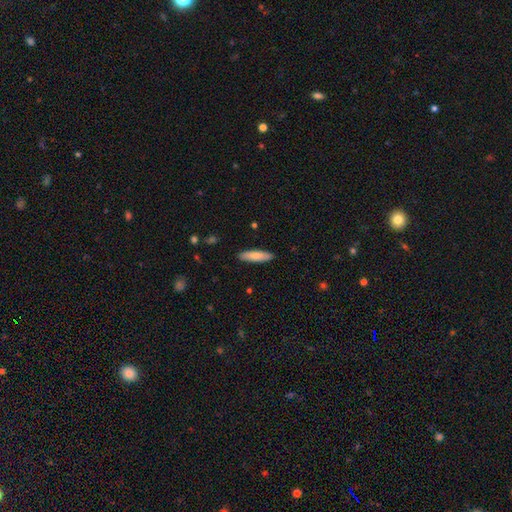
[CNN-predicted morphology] type=smooth (79%); roundness=cigar-shaped (70%); merging=none (90%).